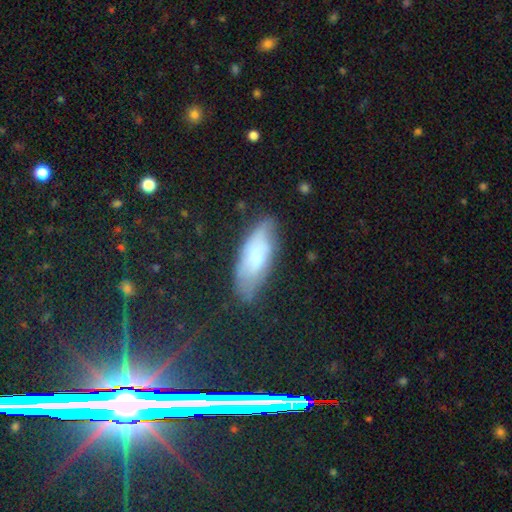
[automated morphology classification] Smooth or featured?
  - smooth: 54% *
  - featured or disk: 36%
  - star or artifact: 10%
How rounded?
  - in between: 76% *
  - cigar-shaped: 21%
  - round: 3%
Merging?
  - none: 65% *
  - minor disturbance: 26%
  - major disturbance: 6%
  - merger: 2%